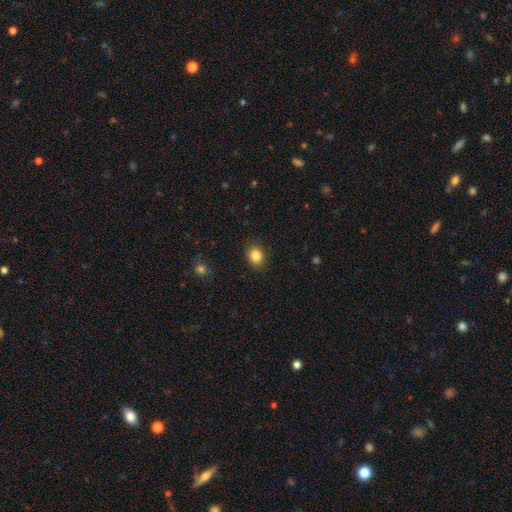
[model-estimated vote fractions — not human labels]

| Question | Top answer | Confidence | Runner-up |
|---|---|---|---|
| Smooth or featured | smooth | 84% | star or artifact (11%) |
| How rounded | round | 62% | in between (37%) |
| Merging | none | 89% | minor disturbance (8%) |